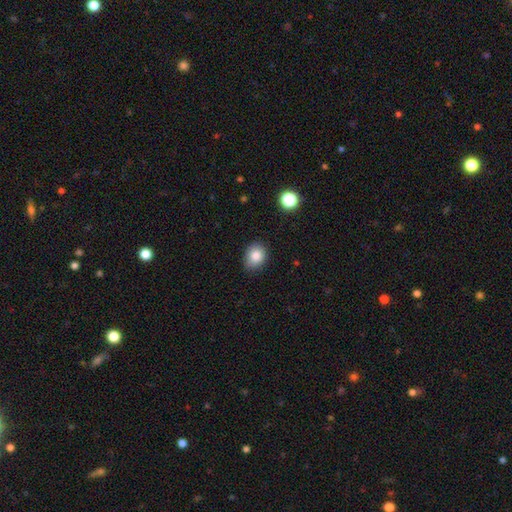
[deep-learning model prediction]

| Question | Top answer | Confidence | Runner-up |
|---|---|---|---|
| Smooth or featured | smooth | 83% | star or artifact (10%) |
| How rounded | in between | 52% | round (48%) |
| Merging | none | 81% | minor disturbance (16%) |